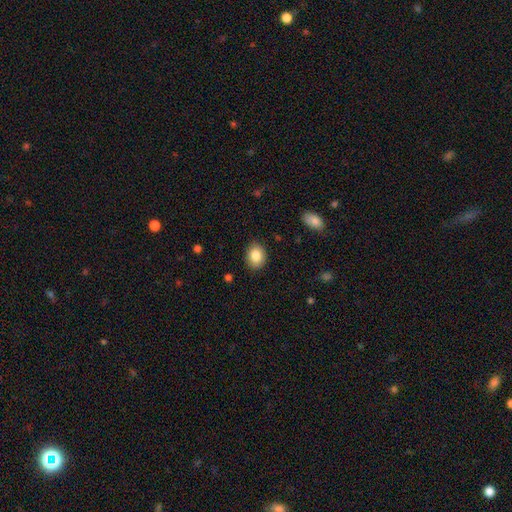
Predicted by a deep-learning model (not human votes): Smooth or featured? smooth (85%)
How rounded? in between (60%)
Merging? none (88%)